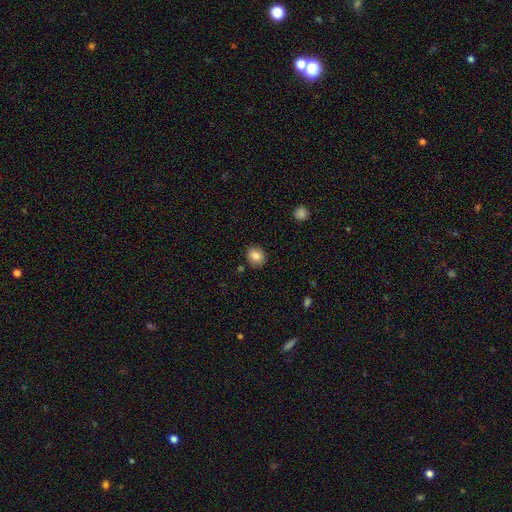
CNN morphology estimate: This appears to be a smooth galaxy with no disk features (84%) that is round (64%). Merging: none (87%).